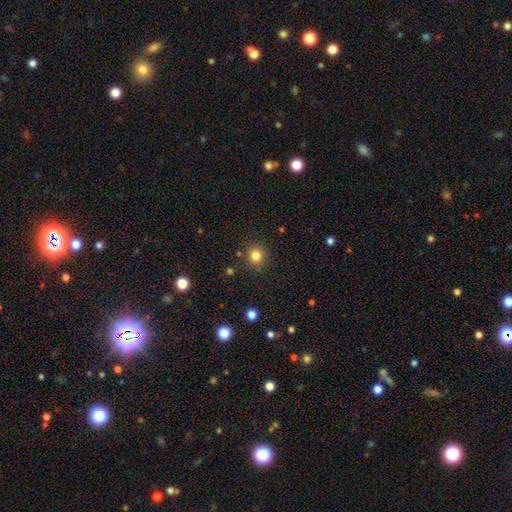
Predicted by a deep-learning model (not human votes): smooth_or_featured: smooth (p=0.81) [alt: star or artifact p=0.13]
how_rounded: round (p=0.88) [alt: in between p=0.11]
merging: none (p=0.88) [alt: minor disturbance p=0.08]